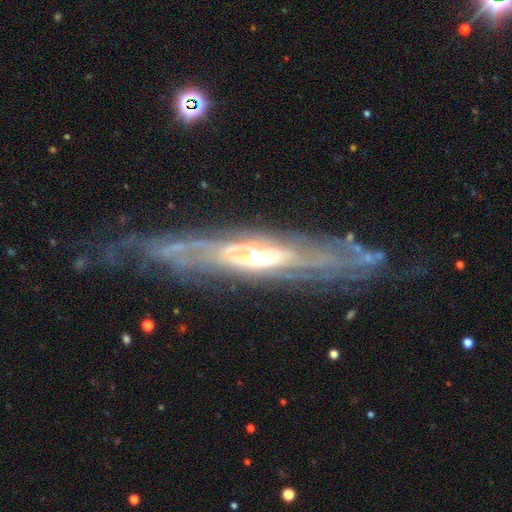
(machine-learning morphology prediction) Q: Smooth or featured?
A: featured or disk (86%); runner-up: smooth (8%)
Q: Edge-on disk?
A: no (58%); runner-up: yes (42%)
Q: Merging?
A: none (70%); runner-up: minor disturbance (18%)